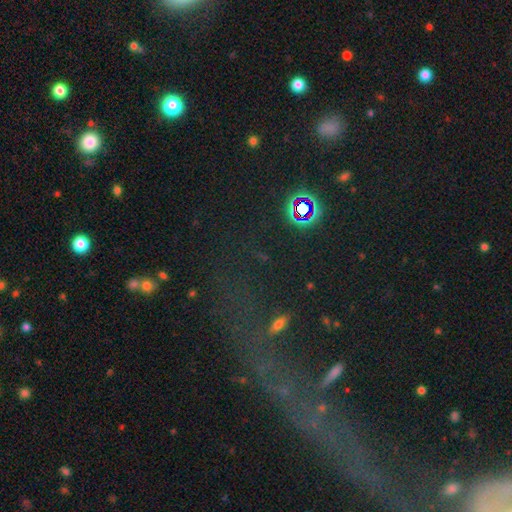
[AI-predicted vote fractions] This appears to be a star or artifact, not a galaxy (60%).